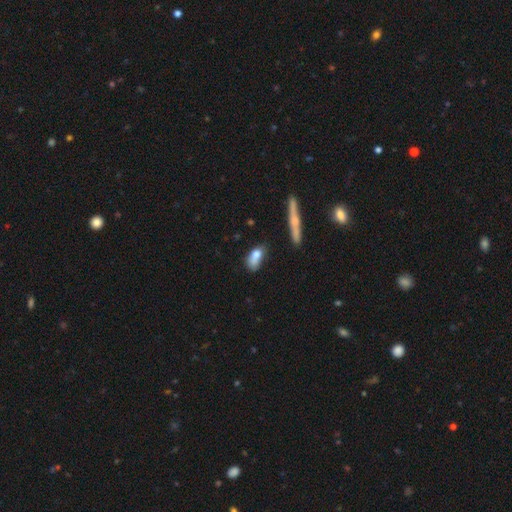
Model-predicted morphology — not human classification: Q: Smooth or featured?
A: smooth (74%); runner-up: featured or disk (18%)
Q: How rounded?
A: in between (81%); runner-up: cigar-shaped (12%)
Q: Merging?
A: none (41%); runner-up: minor disturbance (31%)